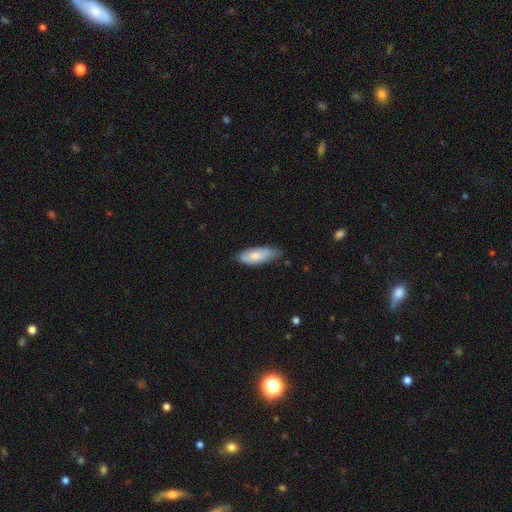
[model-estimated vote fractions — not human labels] Smooth or featured: smooth — 76% (featured or disk — 19%)
How rounded: in between — 75% (cigar-shaped — 23%)
Merging: none — 63% (minor disturbance — 31%)